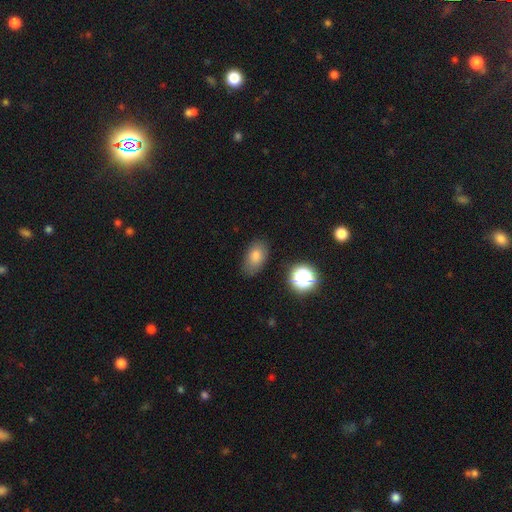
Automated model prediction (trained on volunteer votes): This appears to be a smooth galaxy with no disk features (78%) that is in between round and cigar-shaped (87%). Merging: none (73%).